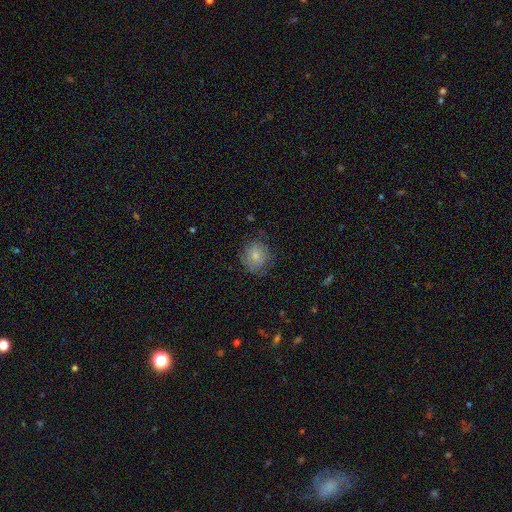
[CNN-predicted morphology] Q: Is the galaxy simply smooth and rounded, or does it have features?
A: smooth — 79%.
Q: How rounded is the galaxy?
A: round — 83%.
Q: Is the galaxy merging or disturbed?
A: none — 72%.